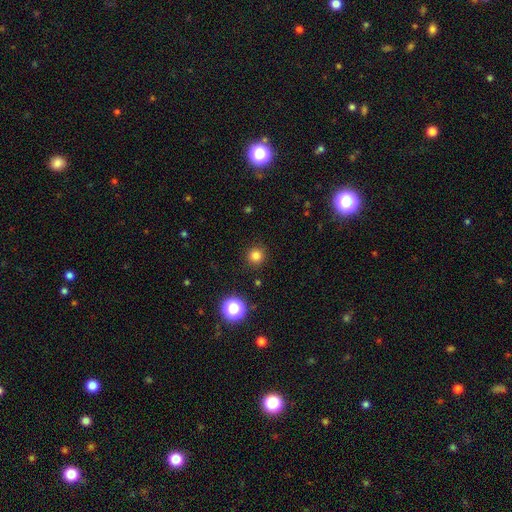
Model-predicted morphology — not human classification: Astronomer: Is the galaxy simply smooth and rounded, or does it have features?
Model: smooth — 81%.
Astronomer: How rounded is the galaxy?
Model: round — 95%.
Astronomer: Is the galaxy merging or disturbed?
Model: none — 91%.